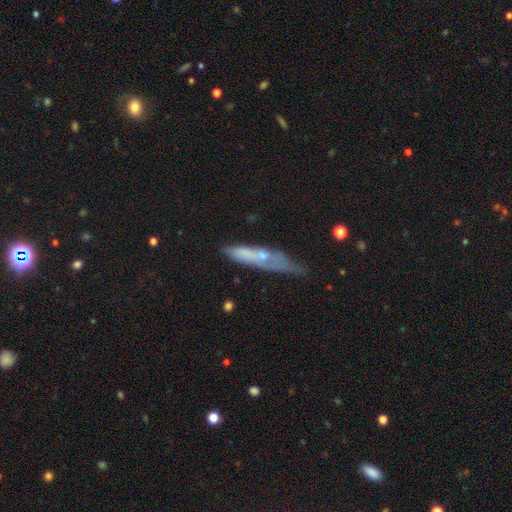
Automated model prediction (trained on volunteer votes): Overall: smooth (50%; featured or disk 41%). Merging: none (43%; minor disturbance 33%).